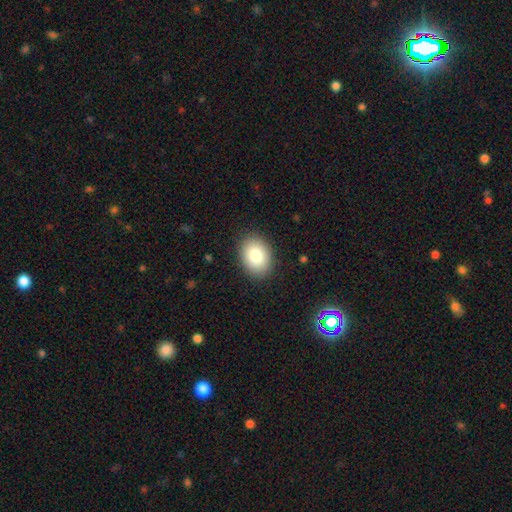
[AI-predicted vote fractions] smooth_or_featured: smooth (p=0.83) [alt: featured or disk p=0.09]
how_rounded: in between (p=0.70) [alt: round p=0.29]
merging: none (p=0.89) [alt: minor disturbance p=0.08]